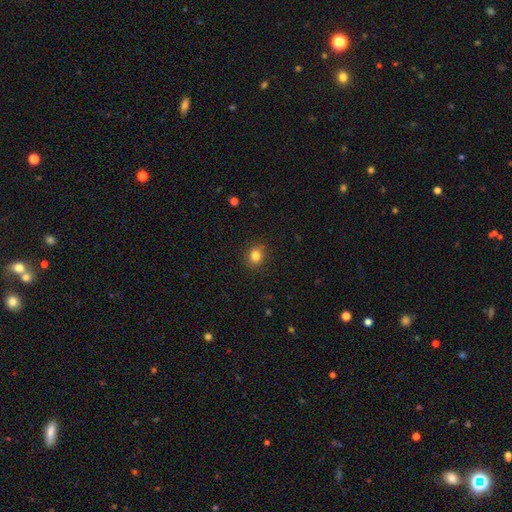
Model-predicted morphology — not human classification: type=smooth (83%); roundness=round (73%); merging=none (87%).